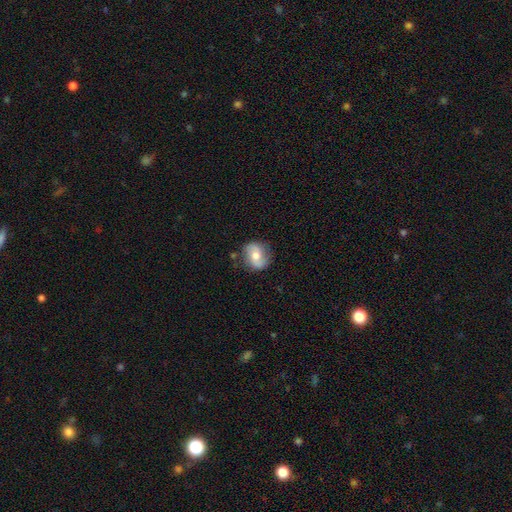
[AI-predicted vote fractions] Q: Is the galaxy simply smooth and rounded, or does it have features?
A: featured or disk — 48%.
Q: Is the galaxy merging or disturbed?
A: none — 74%.